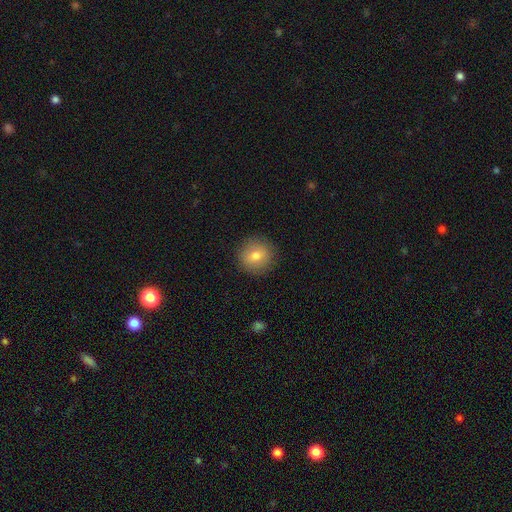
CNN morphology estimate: smooth 75%, featured or disk 16%, star or artifact 9%. Down the decision tree: how rounded — round (91%); merging — none (89%).